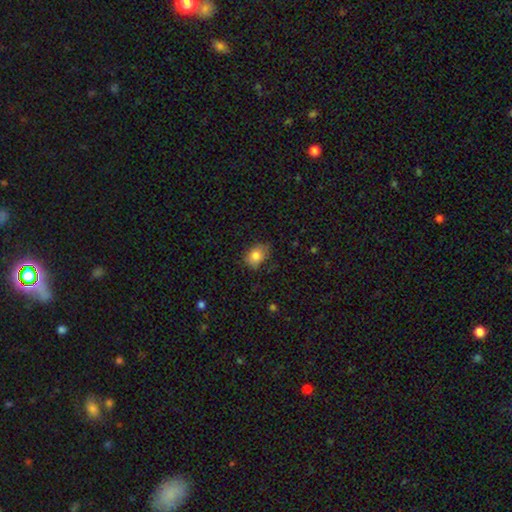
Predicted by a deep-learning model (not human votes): The model was most divided on "how rounded": in between: 70%, round: 29%, cigar-shaped: 1%. More confident: smooth or featured — smooth (82%); merging — none (69%).